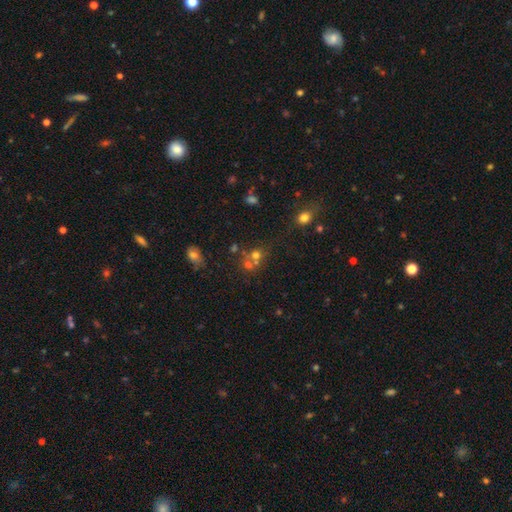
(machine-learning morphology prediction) Smooth or featured? smooth (57%)
How rounded? round (81%)
Merging? merger (44%)